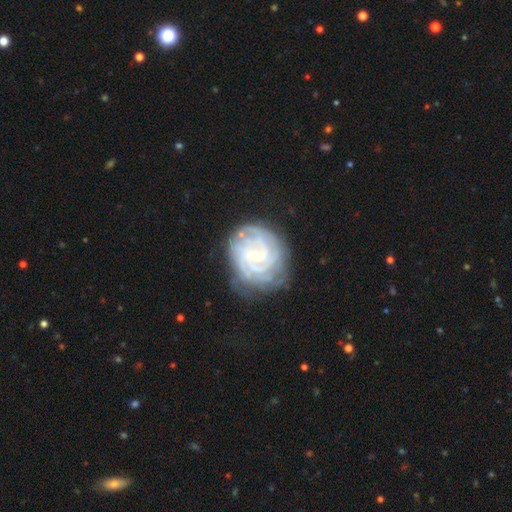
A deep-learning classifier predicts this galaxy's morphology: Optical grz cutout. It shows a featured or disk galaxy (86%) with a weak bar (45%), tight (74%) spiral arms (96%) and a small central bulge (63%). Merging: none (74%).